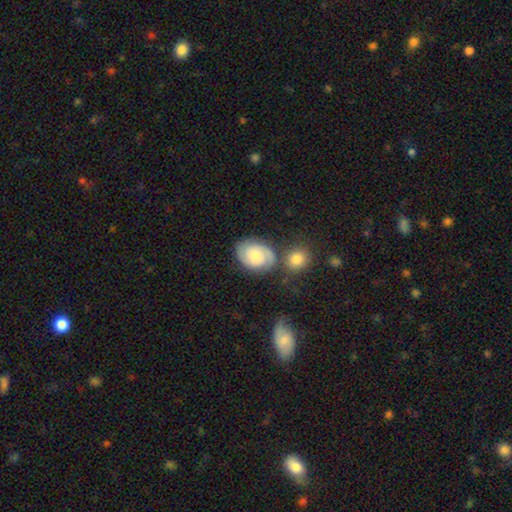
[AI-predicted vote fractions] A featured or disk galaxy (56%) with no bar (72%), spiral arms (90%) and a small central bulge (44%). Merging: none (64%).